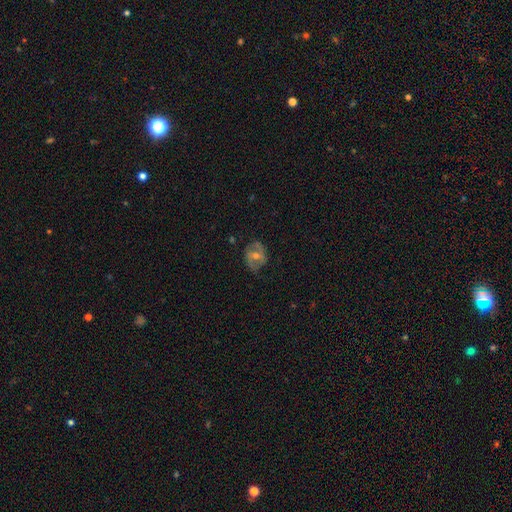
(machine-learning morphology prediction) Smooth or featured?
  - featured or disk: 66% *
  - smooth: 25%
  - star or artifact: 8%
Edge-on disk?
  - no: 96% *
  - yes: 4%
Bar?
  - no: 44% *
  - weak: 39%
  - strong: 17%
Spiral arms?
  - yes: 68% *
  - no: 32%
Bulge size?
  - moderate: 62% *
  - small: 33%
  - large: 3%
  - none: 1%
  - dominant: 1%
Merging?
  - none: 75% *
  - minor disturbance: 18%
  - major disturbance: 6%
  - merger: 1%